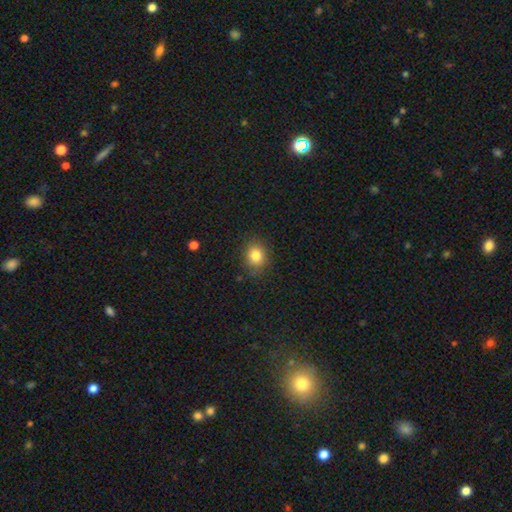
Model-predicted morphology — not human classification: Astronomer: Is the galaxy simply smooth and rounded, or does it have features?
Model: smooth — 83%.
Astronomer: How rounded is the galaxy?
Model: round — 63%.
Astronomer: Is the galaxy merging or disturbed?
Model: none — 85%.